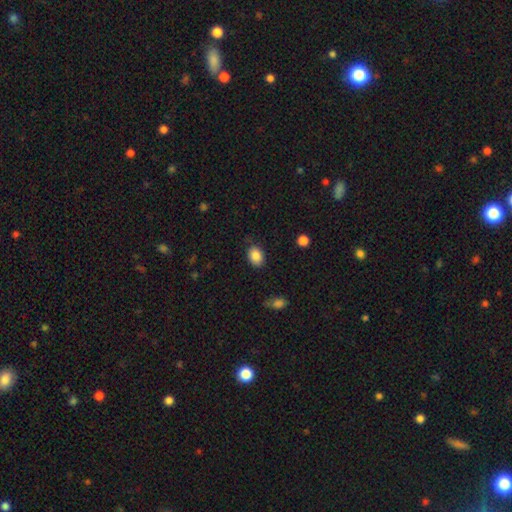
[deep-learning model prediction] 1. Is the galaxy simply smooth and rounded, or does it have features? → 87% smooth, 8% star or artifact, 5% featured or disk.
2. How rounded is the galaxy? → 76% in between, 23% round, 1% cigar-shaped.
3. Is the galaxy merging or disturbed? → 81% none, 15% minor disturbance, 3% major disturbance, 1% merger.